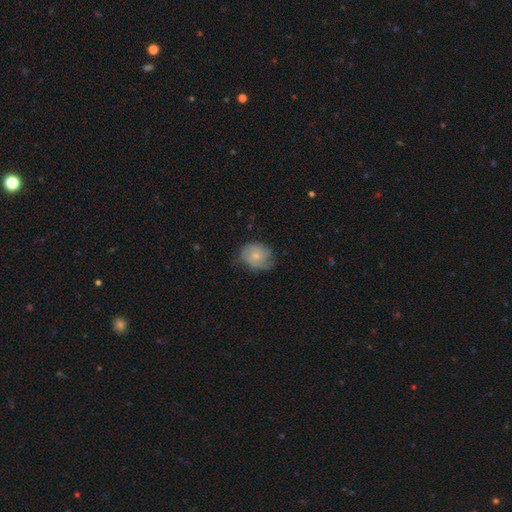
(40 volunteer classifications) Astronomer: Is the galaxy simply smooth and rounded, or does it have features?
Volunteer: smooth — 50%, tied with featured or disk at 50%.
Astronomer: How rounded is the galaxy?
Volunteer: in between — 80%.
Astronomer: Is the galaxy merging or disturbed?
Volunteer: none — 50% (runner-up: minor disturbance, 42%).